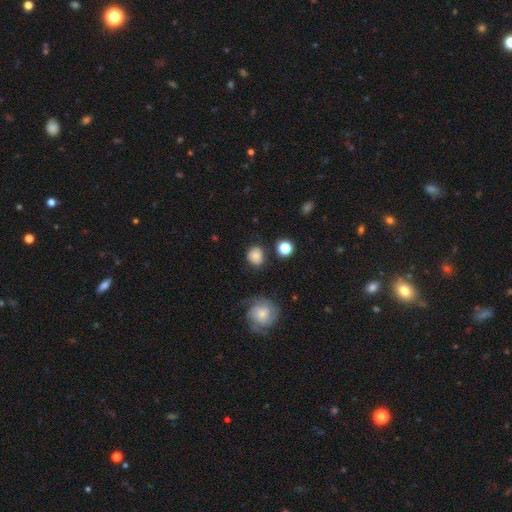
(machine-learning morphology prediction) A smooth galaxy with no disk features (75%) that is round (77%).

Vote fractions:
- Smooth or featured? smooth: 75% / featured or disk: 14% / star or artifact: 11%
- How rounded? round: 77% / in between: 22% / cigar-shaped: 1%
- Merging? none: 76% / minor disturbance: 15% / major disturbance: 5% / merger: 4%